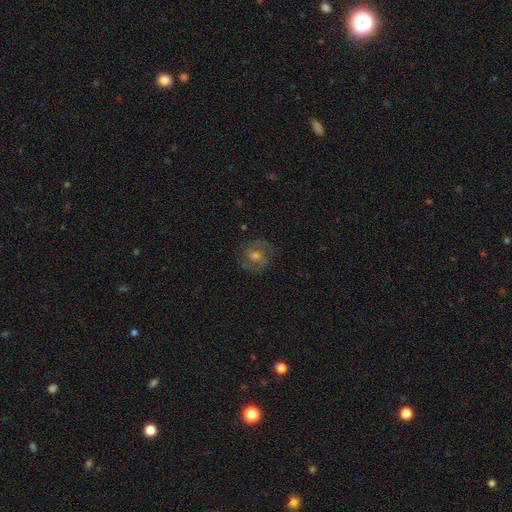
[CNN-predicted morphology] Overall: featured or disk (77%). Edge-on disk: no (98%). Bar: weak (46%; no 41%). Spiral arms: yes (94%). Spiral arm count: 2 (88%). Spiral winding: medium (52%; tight 36%). Bulge size: moderate (56%; small 35%). Merging: none (83%).